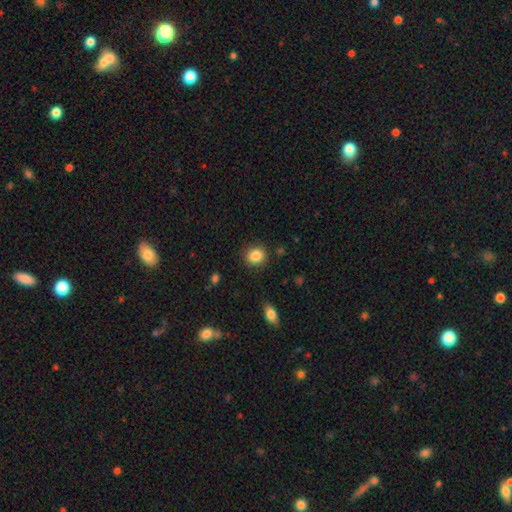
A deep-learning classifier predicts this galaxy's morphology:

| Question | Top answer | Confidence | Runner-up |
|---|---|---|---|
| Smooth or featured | smooth | 86% | star or artifact (9%) |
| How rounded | round | 77% | in between (22%) |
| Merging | none | 88% | minor disturbance (8%) |